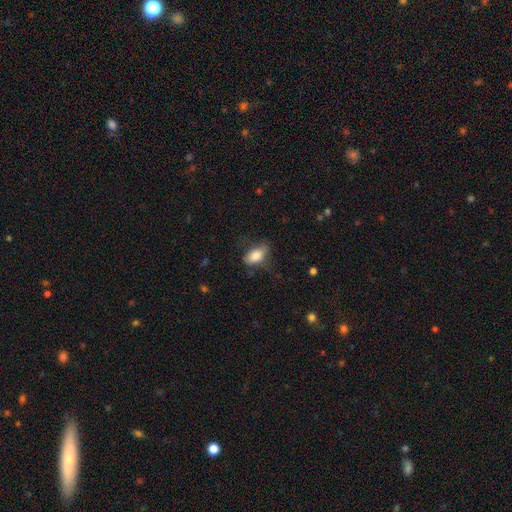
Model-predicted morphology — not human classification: Smooth or featured? smooth (80%)
How rounded? in between (90%)
Merging? none (57%)